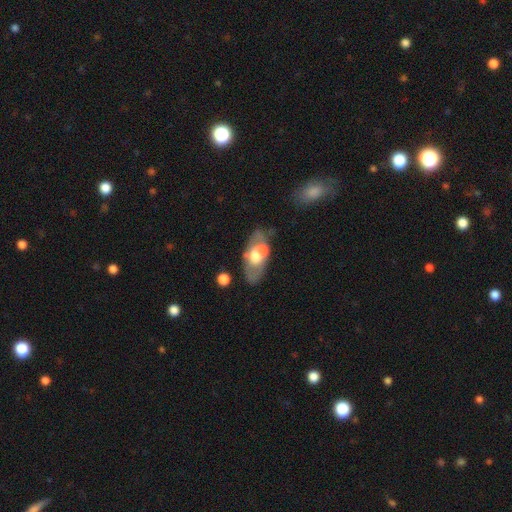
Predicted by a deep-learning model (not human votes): Overall: featured or disk (50%; smooth 43%). Merging: none (44%; merger 28%).